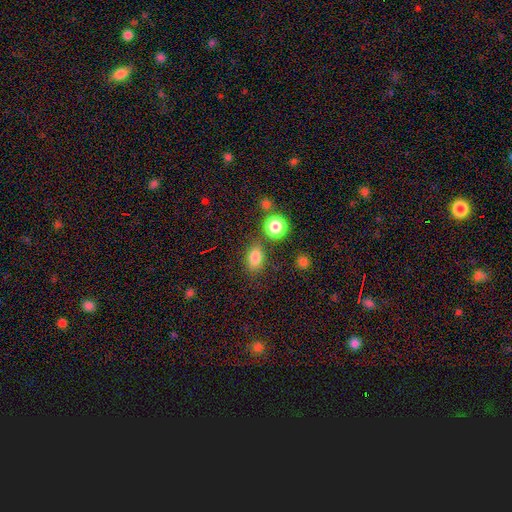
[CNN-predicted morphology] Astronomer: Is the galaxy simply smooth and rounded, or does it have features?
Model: smooth — 79%.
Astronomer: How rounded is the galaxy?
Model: in between — 76%.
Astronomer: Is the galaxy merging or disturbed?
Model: none — 75%.